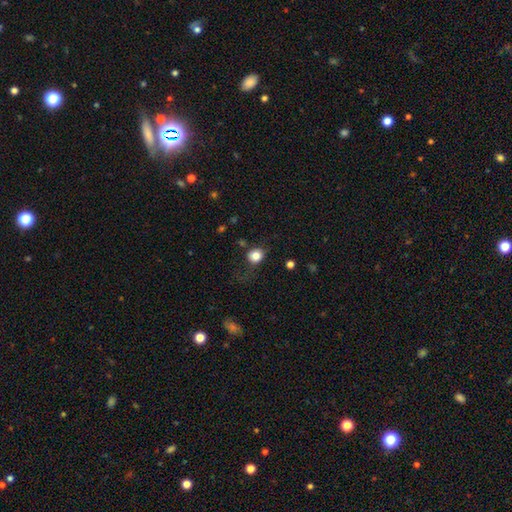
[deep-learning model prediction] Q: Smooth or featured?
A: smooth (82%); runner-up: star or artifact (11%)
Q: How rounded?
A: round (76%); runner-up: in between (23%)
Q: Merging?
A: none (69%); runner-up: minor disturbance (19%)